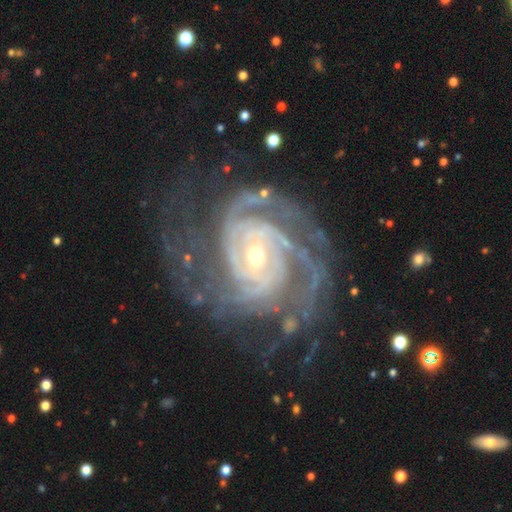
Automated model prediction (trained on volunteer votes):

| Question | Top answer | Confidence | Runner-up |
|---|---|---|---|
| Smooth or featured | featured or disk | 92% | star or artifact (5%) |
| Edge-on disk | no | 98% | yes (2%) |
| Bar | no | 54% | weak (32%) |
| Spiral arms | yes | 98% | no (2%) |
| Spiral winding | tight | 69% | medium (27%) |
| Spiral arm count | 3 | 26% | tied: 2 (26%) |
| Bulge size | small | 56% | moderate (40%) |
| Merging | none | 64% | minor disturbance (20%) |